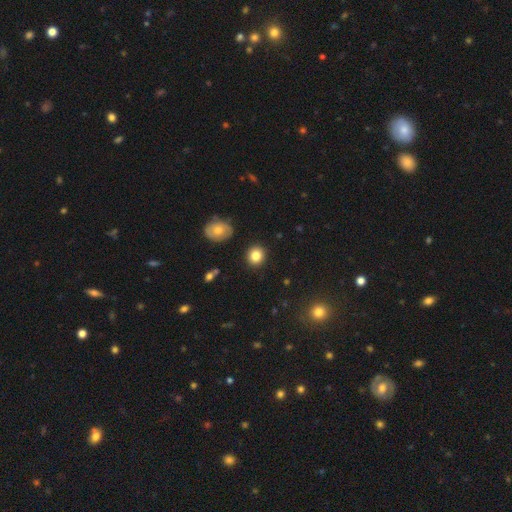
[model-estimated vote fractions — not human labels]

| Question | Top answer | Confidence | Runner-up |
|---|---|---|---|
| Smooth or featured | smooth | 84% | star or artifact (10%) |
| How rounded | round | 86% | in between (13%) |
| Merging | none | 90% | minor disturbance (6%) |